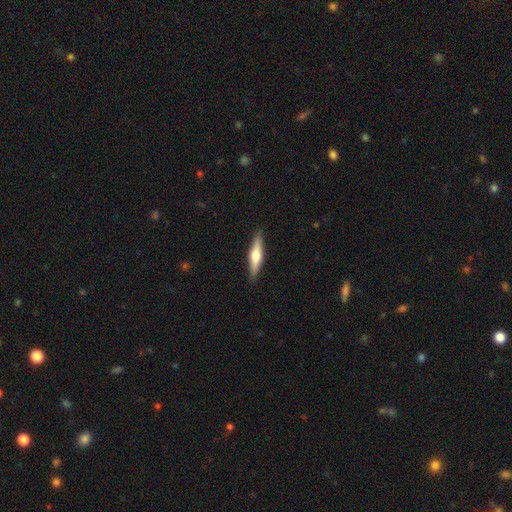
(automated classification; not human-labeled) smooth_or_featured: smooth (p=0.47) [tied with: featured or disk p=0.47]
merging: none (p=0.90) [alt: minor disturbance p=0.08]